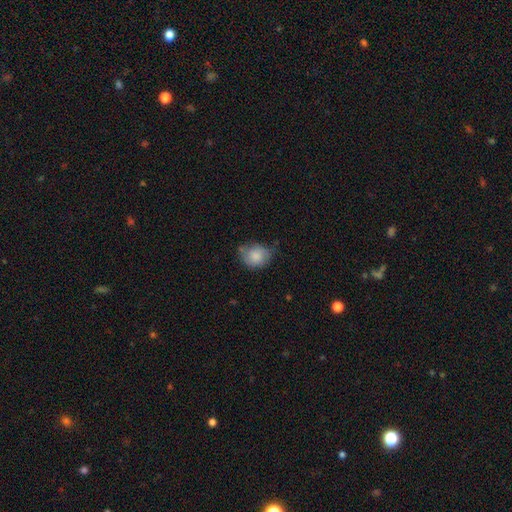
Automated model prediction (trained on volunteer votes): smooth-or-featured: smooth: 78% | featured or disk: 15% | star or artifact: 8%
  how-rounded: round: 61% | in between: 38% | cigar-shaped: 1%
  merging: none: 47% | minor disturbance: 39% | major disturbance: 10% | merger: 4%